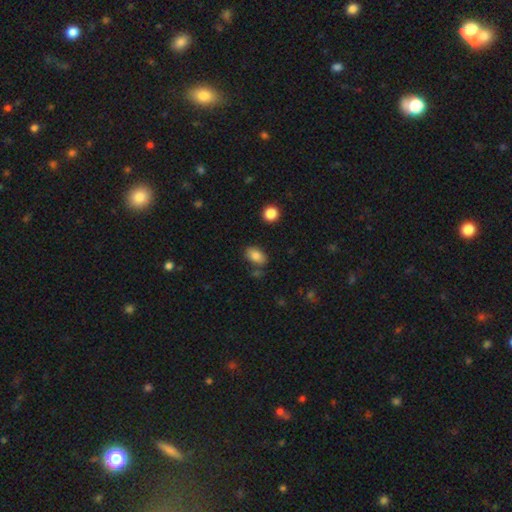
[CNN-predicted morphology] Smooth or featured? smooth (83%)
How rounded? in between (89%)
Merging? none (75%)